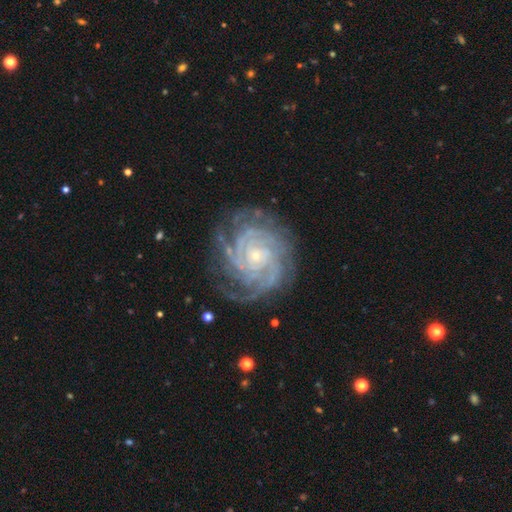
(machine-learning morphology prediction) Smooth or featured: featured or disk — 90% (star or artifact — 6%)
Edge-on disk: no — 98% (yes — 2%)
Bar: no — 76% (weak — 18%)
Spiral arms: yes — 98% (no — 2%)
Spiral winding: tight — 81% (medium — 17%)
Spiral arm count: 4 — 29% (3 — 18%)
Bulge size: small — 83% (moderate — 13%)
Merging: none — 76% (minor disturbance — 16%)